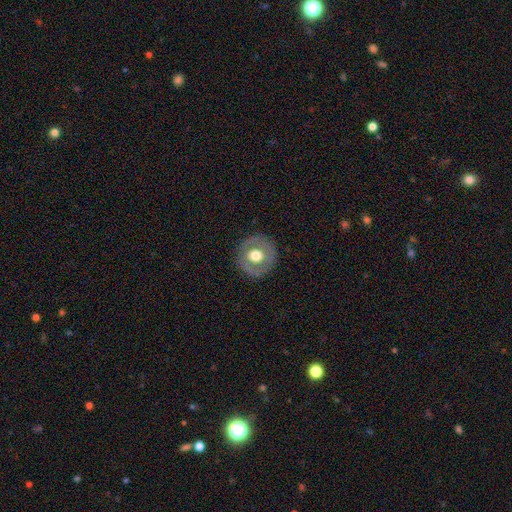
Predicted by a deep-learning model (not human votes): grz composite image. It shows a smooth galaxy with no disk features (49%). Merging: none (86%).